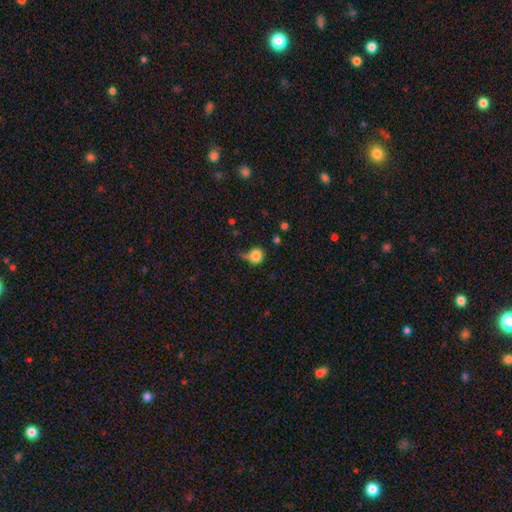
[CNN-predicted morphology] A smooth galaxy with no disk features (80%) that is round (85%).

Vote fractions:
- Smooth or featured? smooth: 80% / star or artifact: 10% / featured or disk: 10%
- How rounded? round: 85% / in between: 14% / cigar-shaped: 1%
- Merging? none: 44% / minor disturbance: 28% / major disturbance: 20% / merger: 8%